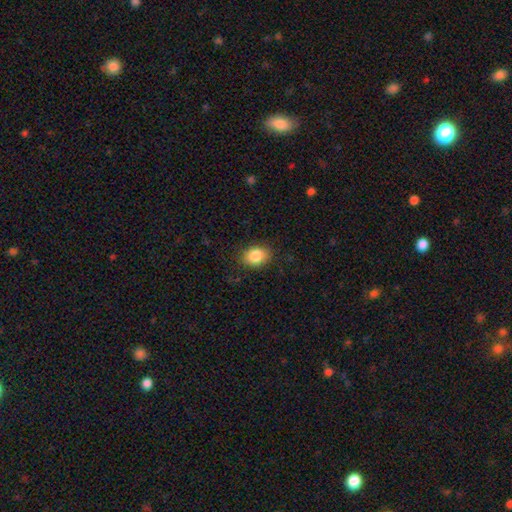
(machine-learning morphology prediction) A smooth galaxy with no disk features (86%) that is in between round and cigar-shaped (61%). Merging: none (85%).